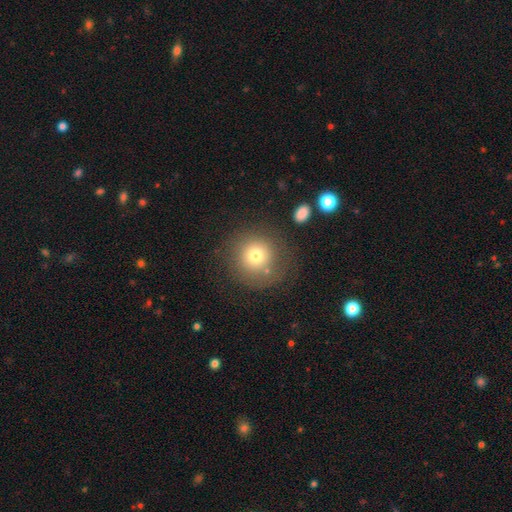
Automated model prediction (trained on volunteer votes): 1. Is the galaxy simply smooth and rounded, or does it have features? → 74% smooth, 14% featured or disk, 12% star or artifact.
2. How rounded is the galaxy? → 93% round, 6% in between, 1% cigar-shaped.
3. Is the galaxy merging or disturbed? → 74% none, 14% minor disturbance, 8% major disturbance, 4% merger.